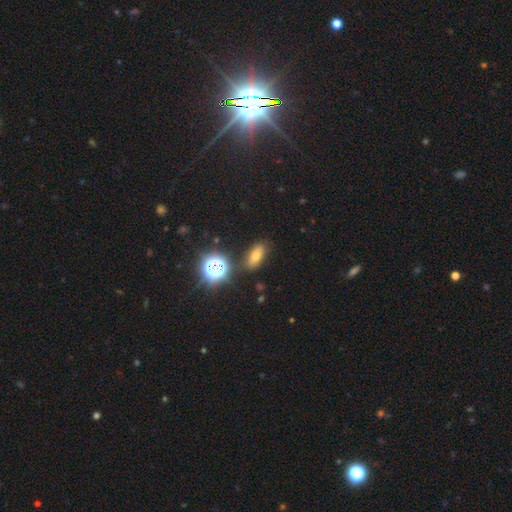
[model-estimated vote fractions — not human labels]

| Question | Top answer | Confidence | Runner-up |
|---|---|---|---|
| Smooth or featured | smooth | 61% | star or artifact (28%) |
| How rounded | in between | 77% | round (12%) |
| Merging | none | 82% | minor disturbance (11%) |